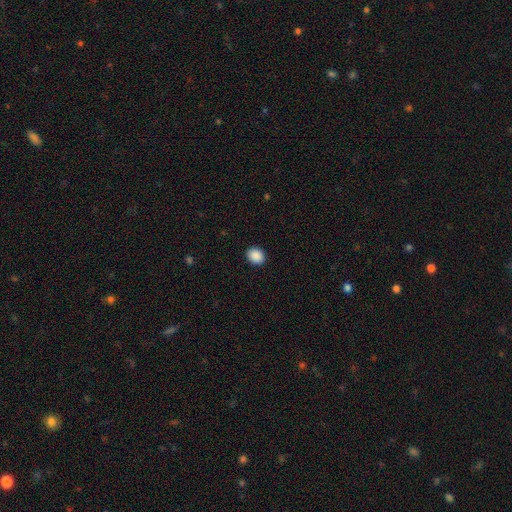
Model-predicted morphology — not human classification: Smooth or featured? Predicted: smooth (p=0.90). How rounded? Predicted: round (p=0.60). Merging? Predicted: none (p=0.91).